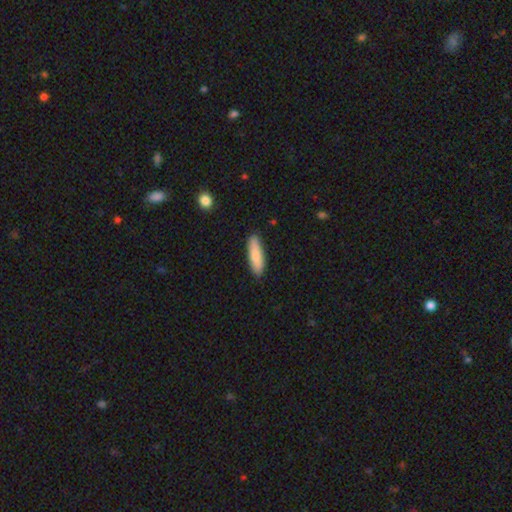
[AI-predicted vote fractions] A smooth galaxy with no disk features (83%) that is cigar-shaped (60%).

Vote fractions:
- Smooth or featured? smooth: 83% / featured or disk: 11% / star or artifact: 5%
- How rounded? cigar-shaped: 60% / in between: 39% / round: 2%
- Merging? none: 88% / minor disturbance: 9% / major disturbance: 2% / merger: 1%